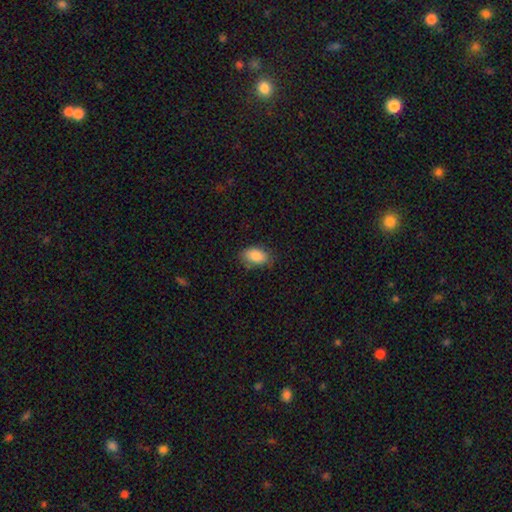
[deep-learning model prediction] A smooth galaxy with no disk features (86%) that is in between round and cigar-shaped (90%). Merging: none (75%).